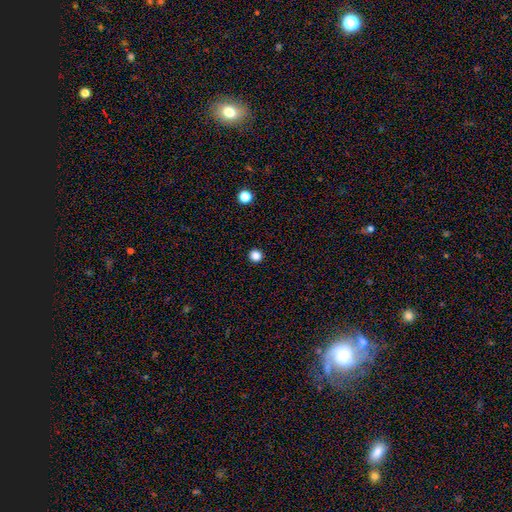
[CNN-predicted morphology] smooth_or_featured: smooth (p=0.85) [alt: star or artifact p=0.12]
how_rounded: round (p=0.95) [alt: in between p=0.04]
merging: none (p=0.94) [alt: minor disturbance p=0.04]